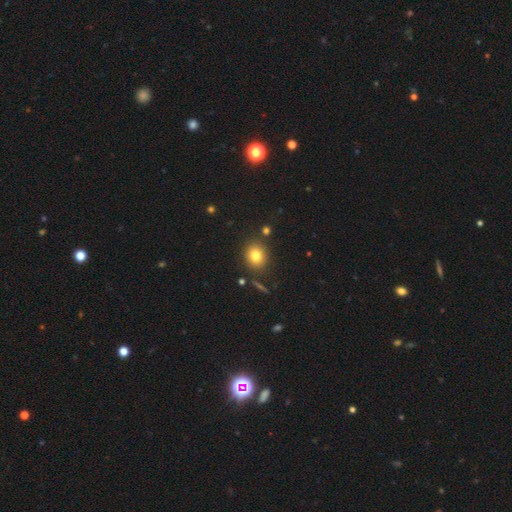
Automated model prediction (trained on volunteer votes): smooth_or_featured: smooth (p=0.78) [alt: star or artifact p=0.13]
how_rounded: round (p=0.72) [alt: in between p=0.27]
merging: none (p=0.84) [alt: minor disturbance p=0.09]